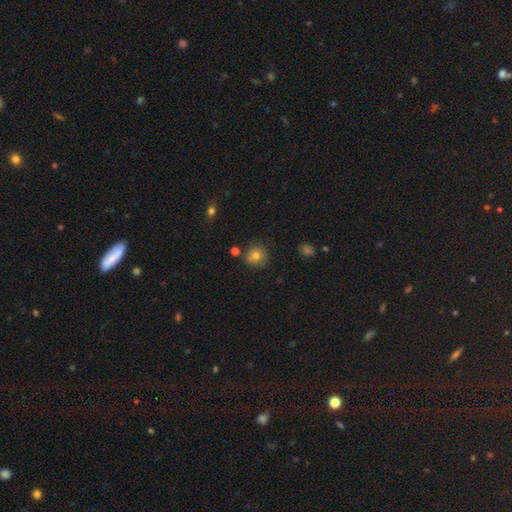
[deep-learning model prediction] Smooth or featured: smooth — 78% (star or artifact — 12%)
How rounded: round — 92% (in between — 7%)
Merging: none — 81% (minor disturbance — 11%)